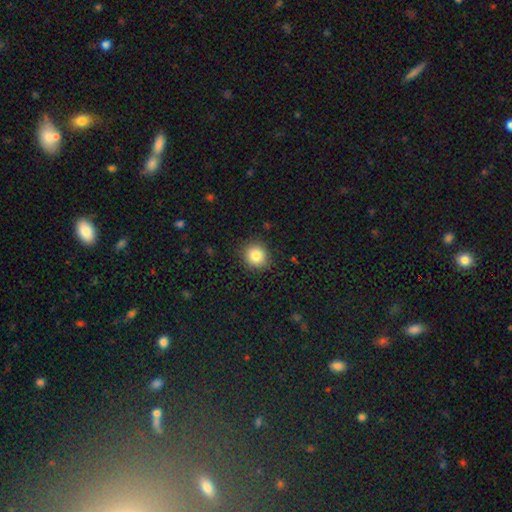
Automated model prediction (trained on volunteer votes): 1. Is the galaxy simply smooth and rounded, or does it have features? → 84% smooth, 10% star or artifact, 6% featured or disk.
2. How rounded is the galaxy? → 87% round, 12% in between, 1% cigar-shaped.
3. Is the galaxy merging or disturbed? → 89% none, 8% minor disturbance, 2% major disturbance, 1% merger.